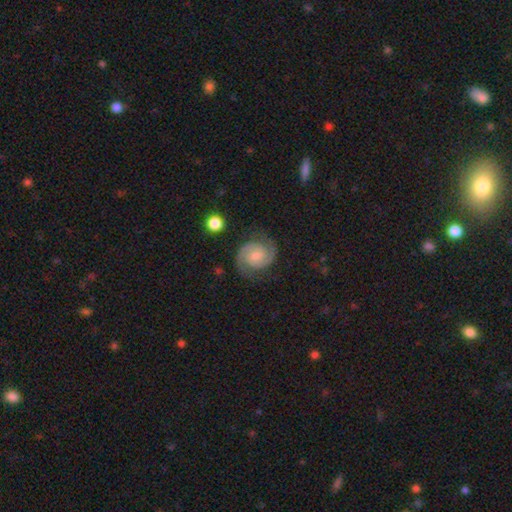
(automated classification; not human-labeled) Morphology: type=featured or disk (87%); edge-on=no (98%); bar=no (56%); spiral arms=yes (98%); winding=tight (48%); arm count=2 (93%); bulge=small (51%); merging=none (81%).